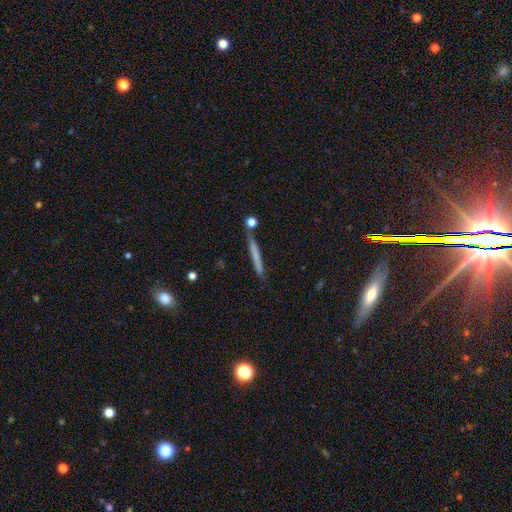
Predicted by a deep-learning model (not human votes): Smooth or featured? Predicted: smooth (p=0.58). How rounded? Predicted: cigar-shaped (p=0.95). Merging? Predicted: none (p=0.82).